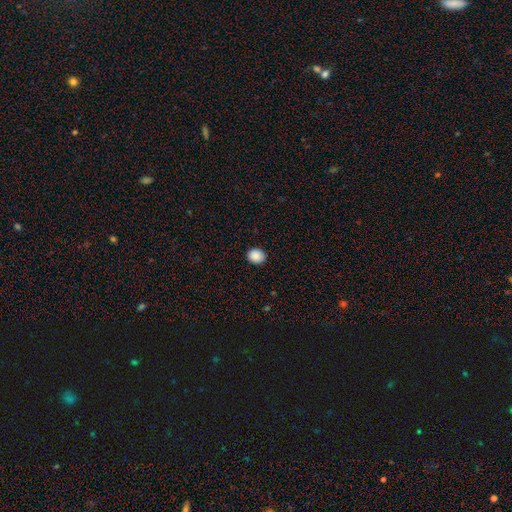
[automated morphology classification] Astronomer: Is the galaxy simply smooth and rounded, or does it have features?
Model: smooth — 89%.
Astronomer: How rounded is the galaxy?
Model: round — 66%.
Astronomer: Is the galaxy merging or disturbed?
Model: none — 91%.